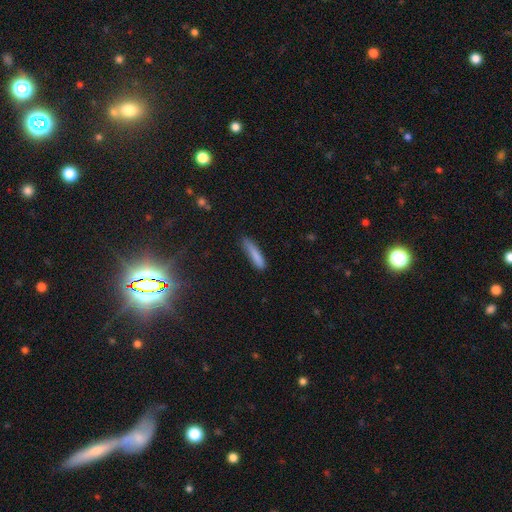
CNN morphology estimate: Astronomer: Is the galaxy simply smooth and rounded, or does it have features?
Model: smooth — 82%.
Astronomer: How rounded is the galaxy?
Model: cigar-shaped — 87%.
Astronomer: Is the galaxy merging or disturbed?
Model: none — 72%.